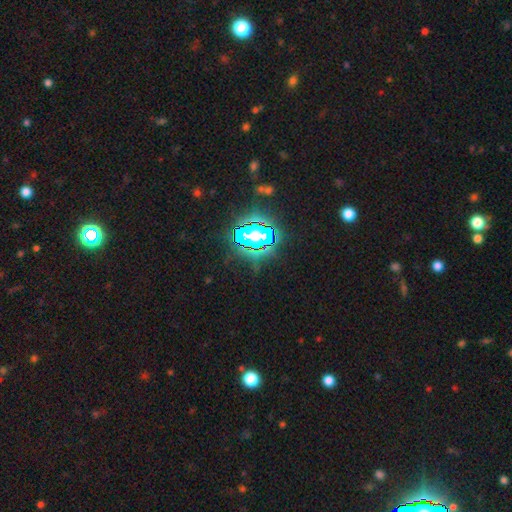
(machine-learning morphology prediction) type=star or artifact (79%).